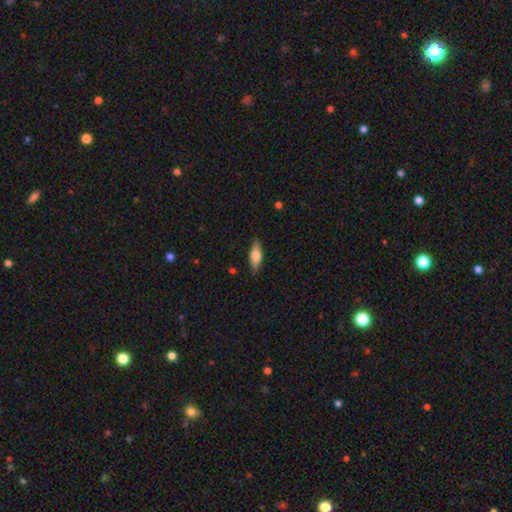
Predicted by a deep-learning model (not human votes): The model was most divided on "how rounded": in between: 63%, cigar-shaped: 34%, round: 3%. More confident: merging — none (86%); smooth or featured — smooth (63%).